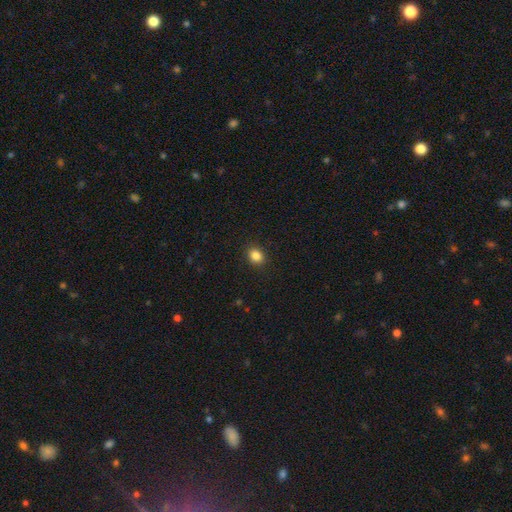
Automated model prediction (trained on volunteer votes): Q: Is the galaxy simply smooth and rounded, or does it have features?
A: smooth — 86%.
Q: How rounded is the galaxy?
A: in between — 56%.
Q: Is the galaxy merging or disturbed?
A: none — 90%.